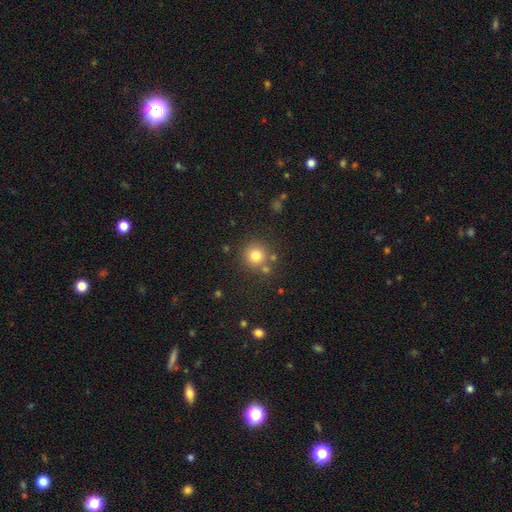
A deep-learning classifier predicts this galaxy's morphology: smooth 78%, star or artifact 13%, featured or disk 8%. Down the decision tree: how rounded — round (93%); merging — none (77%).